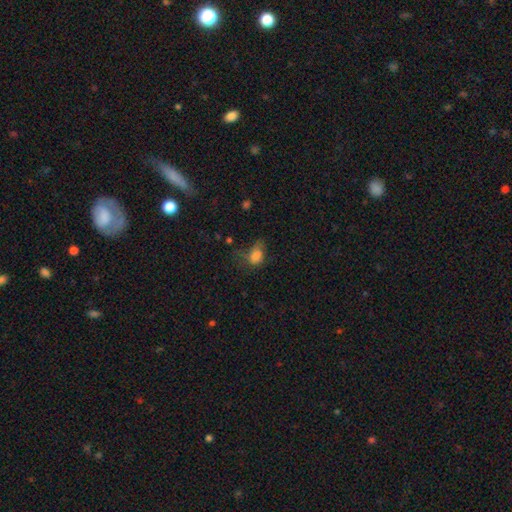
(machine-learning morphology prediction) The model was most divided on "merging": major disturbance: 34%, minor disturbance: 32%, none: 30%, merger: 4%. More confident: smooth or featured — smooth (78%); how rounded — in between (72%).